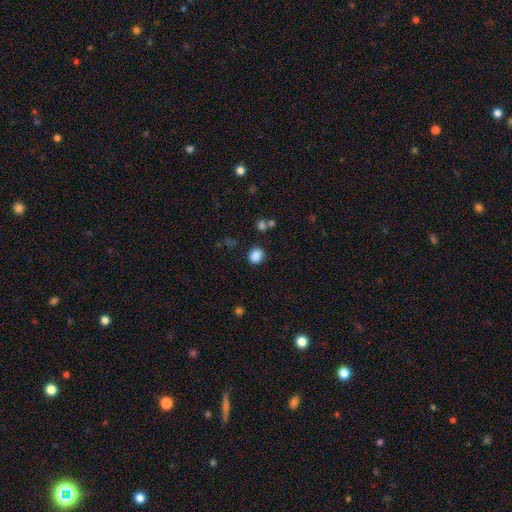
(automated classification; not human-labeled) A smooth galaxy with no disk features (86%) that is round (62%).

Vote fractions:
- Smooth or featured? smooth: 86% / star or artifact: 10% / featured or disk: 3%
- How rounded? round: 62% / in between: 37% / cigar-shaped: 1%
- Merging? none: 84% / minor disturbance: 10% / merger: 4% / major disturbance: 3%